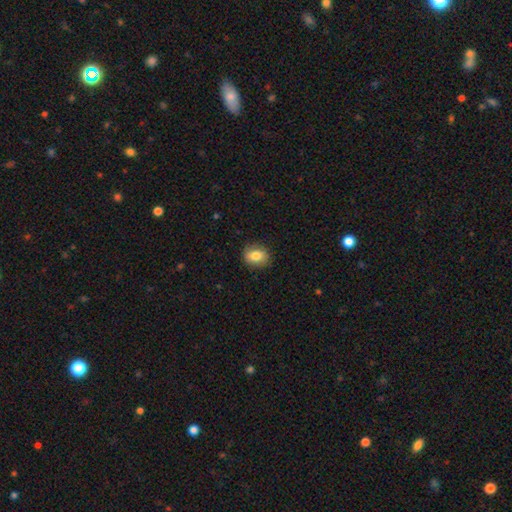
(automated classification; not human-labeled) This is clearly a smooth galaxy (81%). How rounded: possibly in between (51%). Merging: clearly none (86%).